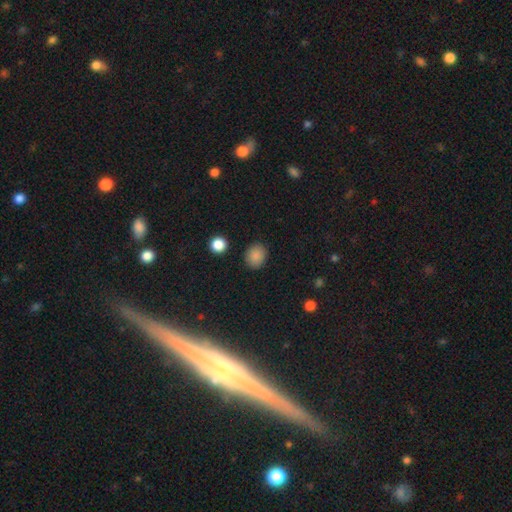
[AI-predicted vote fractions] smooth-or-featured: smooth: 87% | star or artifact: 10% | featured or disk: 3%
  how-rounded: round: 69% | in between: 30% | cigar-shaped: 1%
  merging: none: 88% | minor disturbance: 8% | major disturbance: 3% | merger: 2%